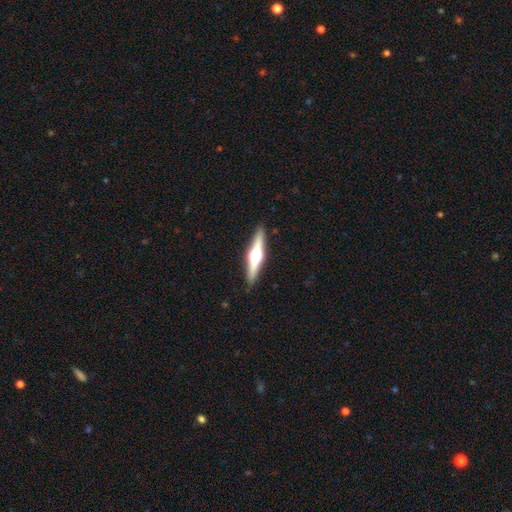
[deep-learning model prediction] Q: Smooth or featured?
A: featured or disk (73%); runner-up: smooth (22%)
Q: Edge-on disk?
A: yes (98%); runner-up: no (2%)
Q: Edge-on bulge?
A: rounded (95%); runner-up: boxy (3%)
Q: Merging?
A: none (91%); runner-up: minor disturbance (7%)